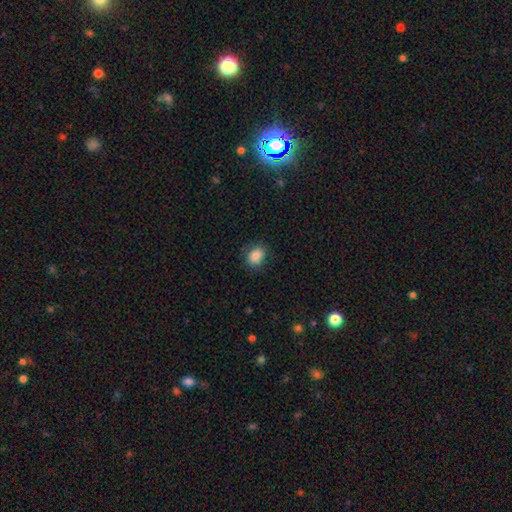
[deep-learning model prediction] Smooth or featured?
  - smooth: 84% *
  - star or artifact: 9%
  - featured or disk: 7%
How rounded?
  - in between: 59% *
  - round: 40%
  - cigar-shaped: 1%
Merging?
  - none: 80% *
  - minor disturbance: 15%
  - major disturbance: 4%
  - merger: 1%